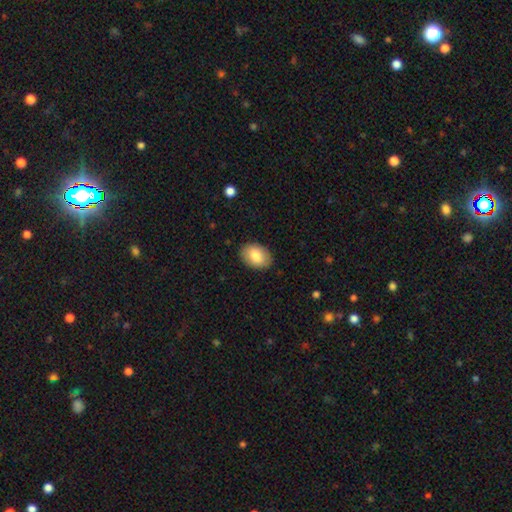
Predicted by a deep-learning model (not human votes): Morphology: type=smooth (81%); roundness=in between (81%); merging=none (88%).